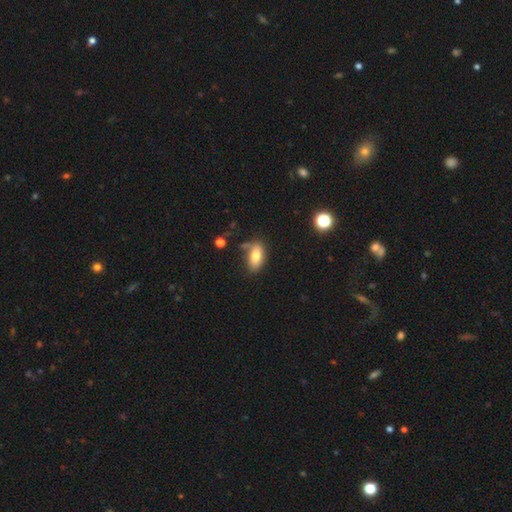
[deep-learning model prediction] smooth 75%, featured or disk 16%, star or artifact 8%. Down the decision tree: how rounded — in between (87%); merging — none (65%).